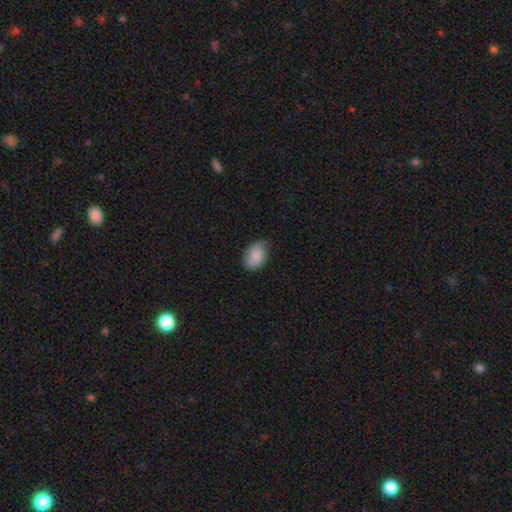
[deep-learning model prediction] smooth-or-featured: smooth: 82% | featured or disk: 11% | star or artifact: 7%
  how-rounded: in between: 81% | round: 17% | cigar-shaped: 1%
  merging: none: 55% | minor disturbance: 36% | major disturbance: 8% | merger: 1%